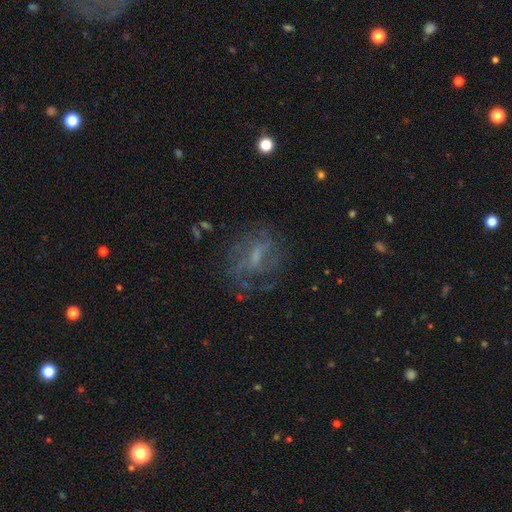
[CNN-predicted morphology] Smooth or featured?
  - featured or disk: 60% *
  - smooth: 26%
  - star or artifact: 14%
Edge-on disk?
  - no: 93% *
  - yes: 7%
Bar?
  - weak: 47% *
  - no: 37%
  - strong: 16%
Spiral arms?
  - yes: 59% *
  - no: 41%
Bulge size?
  - small: 43% *
  - moderate: 29%
  - none: 24%
  - large: 3%
  - dominant: 1%
Merging?
  - none: 61% *
  - minor disturbance: 18%
  - major disturbance: 18%
  - merger: 2%